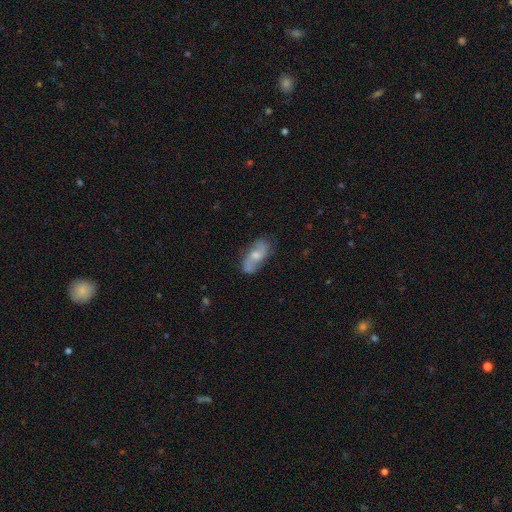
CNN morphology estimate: A featured or disk galaxy (63%) with no bar (59%), 2 (89%) loose (56%) spiral arms (87%) and a moderate central bulge (63%). Merging: none (75%).